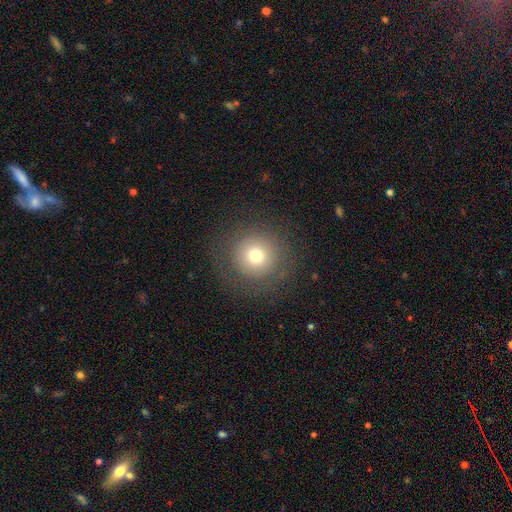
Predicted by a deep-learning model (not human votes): Smooth or featured? smooth (71%)
How rounded? round (95%)
Merging? none (85%)